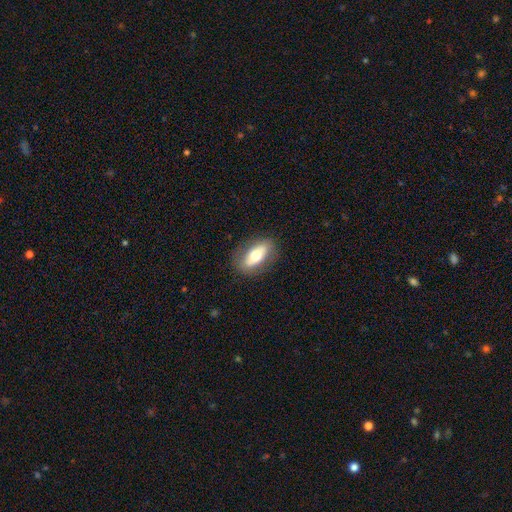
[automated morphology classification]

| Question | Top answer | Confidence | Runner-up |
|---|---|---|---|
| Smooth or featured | smooth | 63% | featured or disk (30%) |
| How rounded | in between | 86% | cigar-shaped (10%) |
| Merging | none | 83% | minor disturbance (12%) |